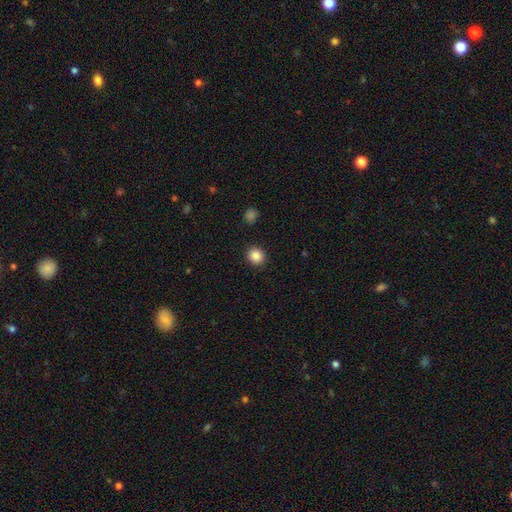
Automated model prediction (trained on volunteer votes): A smooth galaxy with no disk features (87%) that is round (80%).

Vote fractions:
- Smooth or featured? smooth: 87% / star or artifact: 10% / featured or disk: 3%
- How rounded? round: 80% / in between: 19% / cigar-shaped: 1%
- Merging? none: 91% / minor disturbance: 6% / major disturbance: 2% / merger: 1%